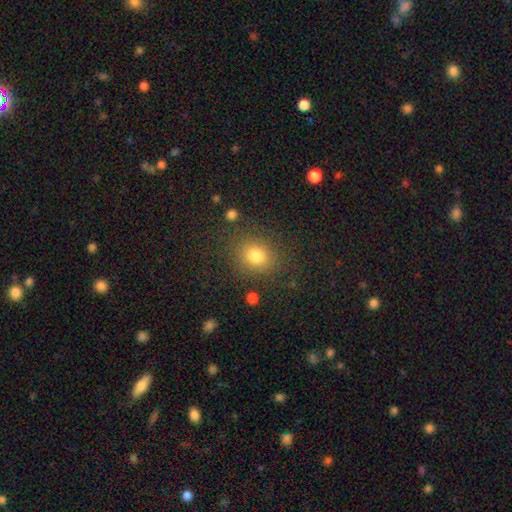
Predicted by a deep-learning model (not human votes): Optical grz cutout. It shows a smooth galaxy with no disk features (80%) that is round (65%). Merging: none (83%).